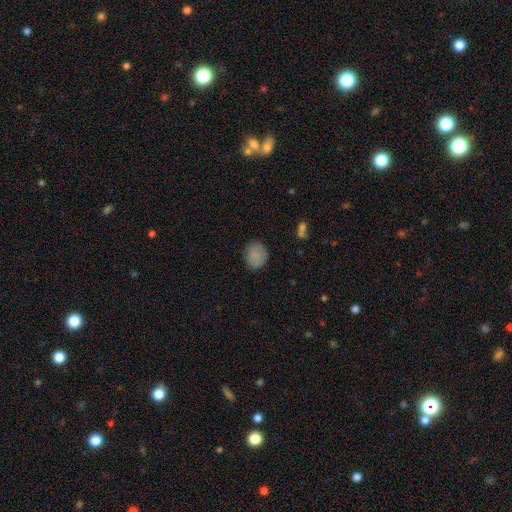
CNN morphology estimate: Smooth or featured?
  - smooth: 85% *
  - star or artifact: 9%
  - featured or disk: 5%
How rounded?
  - round: 62% *
  - in between: 37%
  - cigar-shaped: 1%
Merging?
  - none: 83% *
  - minor disturbance: 13%
  - major disturbance: 3%
  - merger: 1%